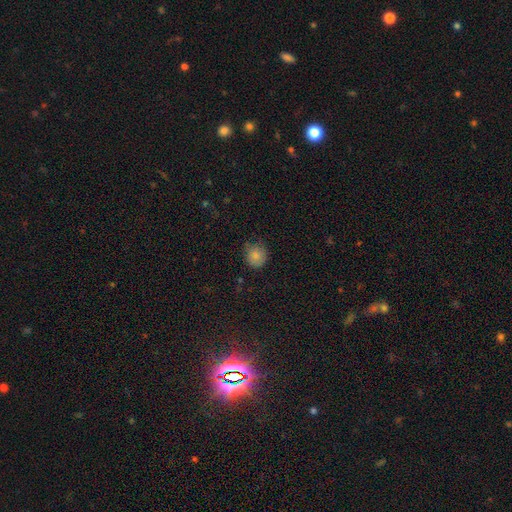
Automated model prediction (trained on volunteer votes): Morphology: type=smooth (83%); roundness=round (85%); merging=none (68%).